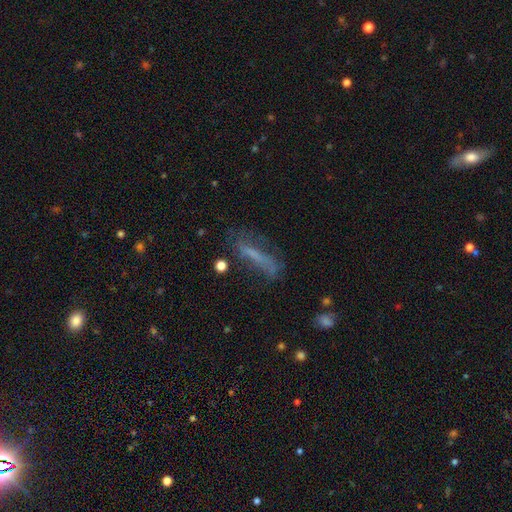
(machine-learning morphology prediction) Smooth or featured? Predicted: smooth (p=0.45). Merging? Predicted: none (p=0.51).